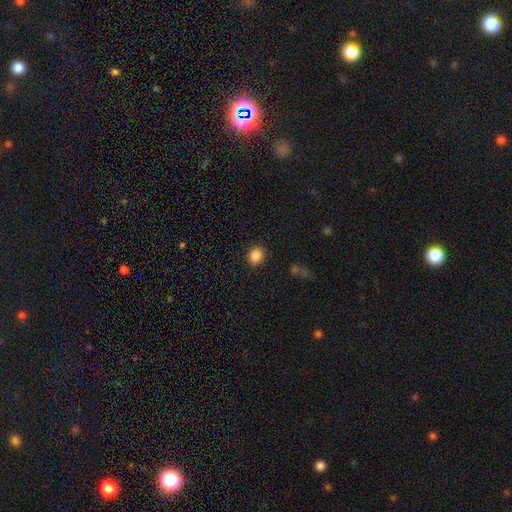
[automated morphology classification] This appears to be a smooth galaxy with no disk features (87%) that is round (74%). Merging: none (90%).